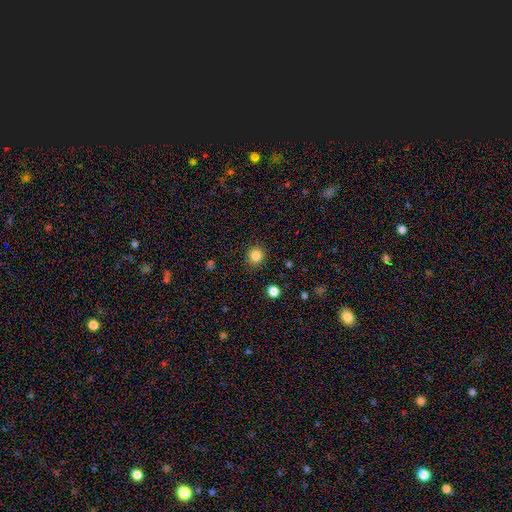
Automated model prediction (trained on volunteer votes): This is clearly a smooth galaxy (84%). How rounded: clearly round (88%). Merging: clearly none (90%).